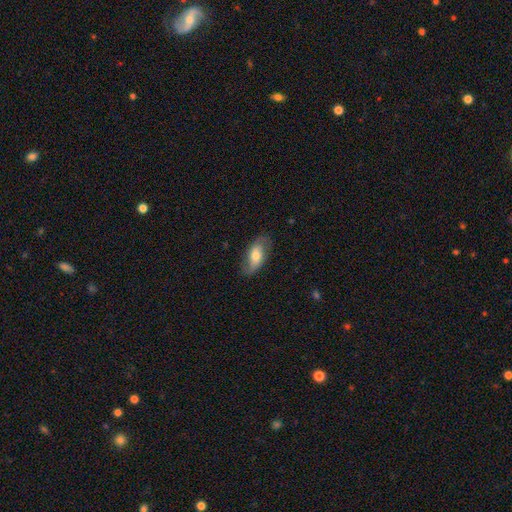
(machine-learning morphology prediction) A smooth galaxy with no disk features (49%). Merging: none (76%).